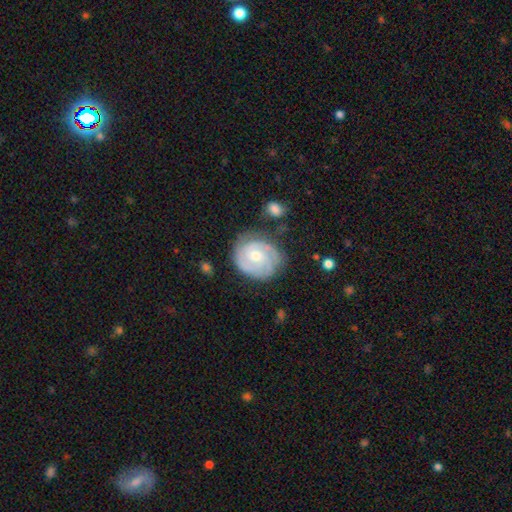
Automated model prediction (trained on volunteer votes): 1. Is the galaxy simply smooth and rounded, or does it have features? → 85% featured or disk, 11% smooth, 5% star or artifact.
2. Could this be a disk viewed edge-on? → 98% no, 2% yes.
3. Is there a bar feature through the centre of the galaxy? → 63% no, 31% weak, 6% strong.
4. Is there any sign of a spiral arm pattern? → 96% yes, 4% no.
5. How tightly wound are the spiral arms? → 71% tight, 24% medium, 5% loose.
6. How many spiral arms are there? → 40% 2, 30% 3, 17% can't tell, 5% 4, 4% 1, 4% more than 4.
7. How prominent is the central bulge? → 57% moderate, 38% small, 2% large, 1% none, 1% dominant.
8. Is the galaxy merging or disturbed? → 74% none, 18% minor disturbance, 5% major disturbance, 2% merger.